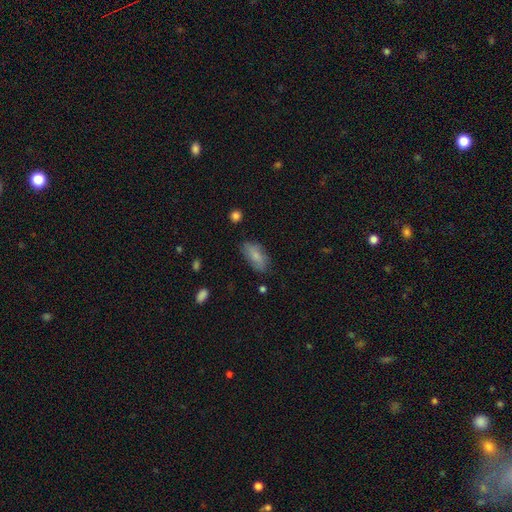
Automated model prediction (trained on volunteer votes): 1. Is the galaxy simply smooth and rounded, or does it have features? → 79% smooth, 14% featured or disk, 7% star or artifact.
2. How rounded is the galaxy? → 89% in between, 9% cigar-shaped, 3% round.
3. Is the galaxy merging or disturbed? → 72% none, 21% minor disturbance, 5% major disturbance, 2% merger.